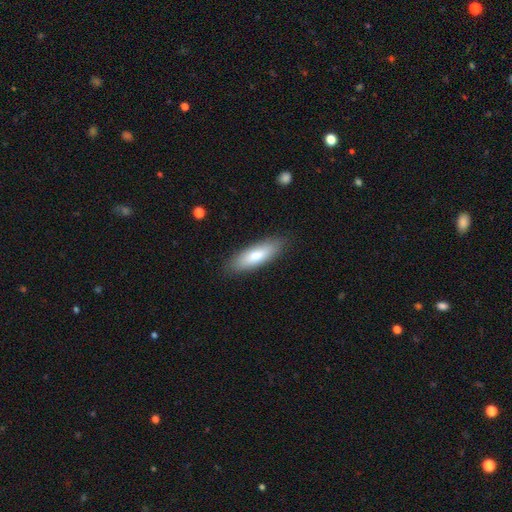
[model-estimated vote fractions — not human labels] Smooth or featured? Predicted: smooth (p=0.79). How rounded? Predicted: in between (p=0.58). Merging? Predicted: none (p=0.86).